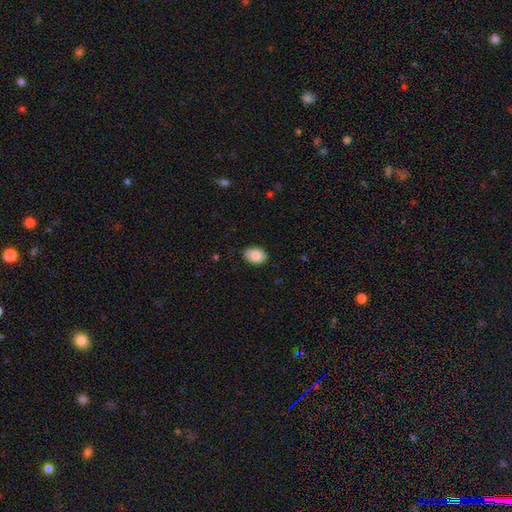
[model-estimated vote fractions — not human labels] The model was most divided on "how rounded": in between: 79%, round: 20%, cigar-shaped: 1%. More confident: merging — none (87%); smooth or featured — smooth (82%).